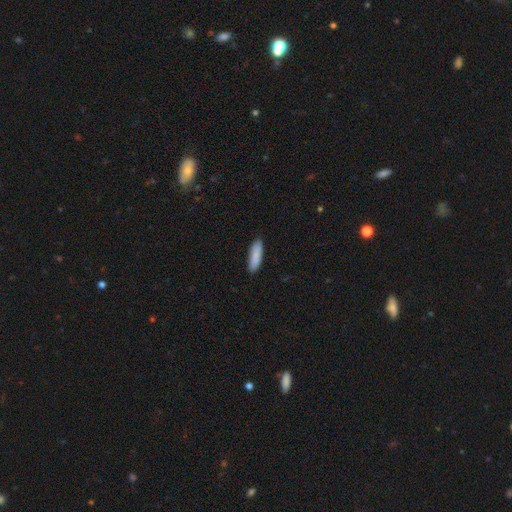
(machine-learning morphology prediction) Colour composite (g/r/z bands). It shows a smooth galaxy with no disk features (88%) that is cigar-shaped (56%). Merging: none (88%).